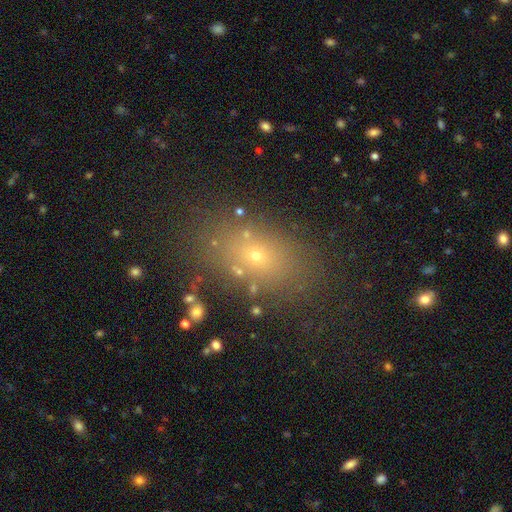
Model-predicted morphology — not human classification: A smooth galaxy with no disk features (59%) that is in between round and cigar-shaped (71%).

Vote fractions:
- Smooth or featured? smooth: 59% / star or artifact: 26% / featured or disk: 15%
- How rounded? in between: 71% / round: 26% / cigar-shaped: 3%
- Merging? none: 80% / minor disturbance: 11% / major disturbance: 5% / merger: 4%